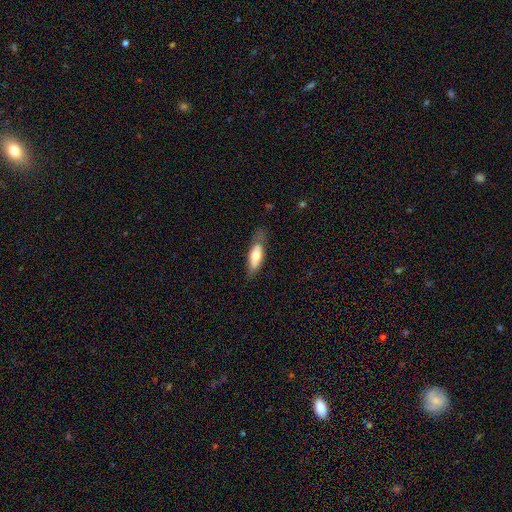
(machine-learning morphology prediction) Smooth or featured? smooth (62%)
How rounded? in between (66%)
Merging? none (66%)